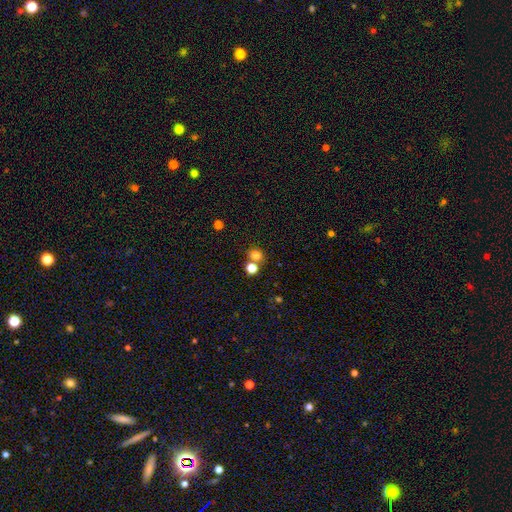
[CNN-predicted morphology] A smooth galaxy with no disk features (76%) that is round (83%).

Vote fractions:
- Smooth or featured? smooth: 76% / star or artifact: 17% / featured or disk: 7%
- How rounded? round: 83% / in between: 16% / cigar-shaped: 1%
- Merging? none: 65% / merger: 23% / minor disturbance: 8% / major disturbance: 3%